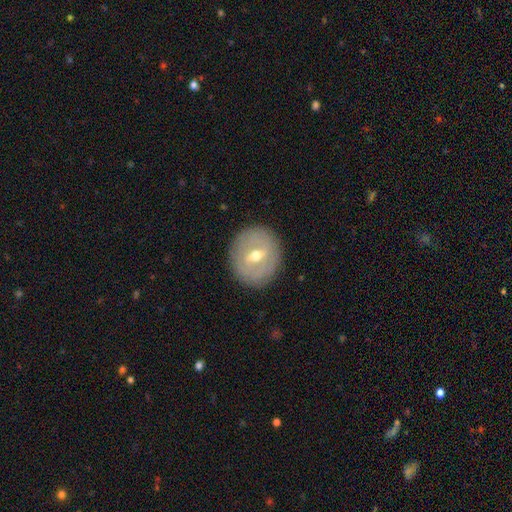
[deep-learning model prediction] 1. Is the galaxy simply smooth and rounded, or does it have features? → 56% featured or disk, 36% smooth, 8% star or artifact.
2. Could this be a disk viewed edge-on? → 92% no, 8% yes.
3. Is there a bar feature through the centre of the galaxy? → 50% weak, 25% strong, 25% no.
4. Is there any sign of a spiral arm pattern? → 71% no, 29% yes.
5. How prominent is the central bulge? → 65% moderate, 31% small, 2% large, 1% none, 1% dominant.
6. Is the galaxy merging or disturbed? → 87% none, 9% minor disturbance, 3% major disturbance, 1% merger.